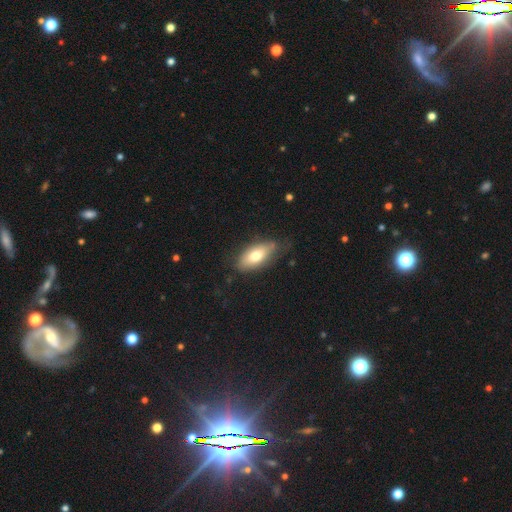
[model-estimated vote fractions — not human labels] This appears to be a smooth galaxy with no disk features (71%) that is in between round and cigar-shaped (86%). Merging: none (66%).